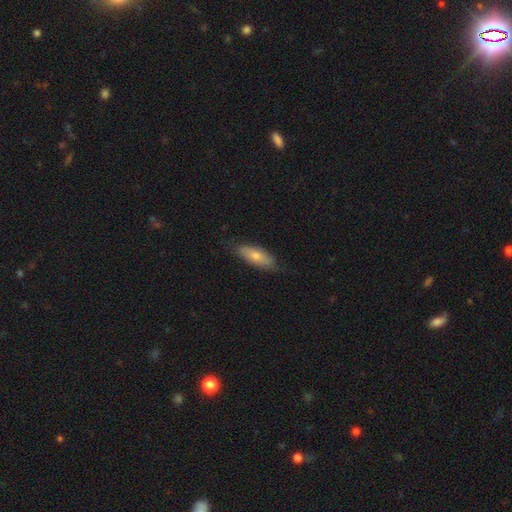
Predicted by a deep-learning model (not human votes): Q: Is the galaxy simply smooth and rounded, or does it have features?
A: smooth — 69%.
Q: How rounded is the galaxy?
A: in between — 62%.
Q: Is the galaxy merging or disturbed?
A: none — 79%.